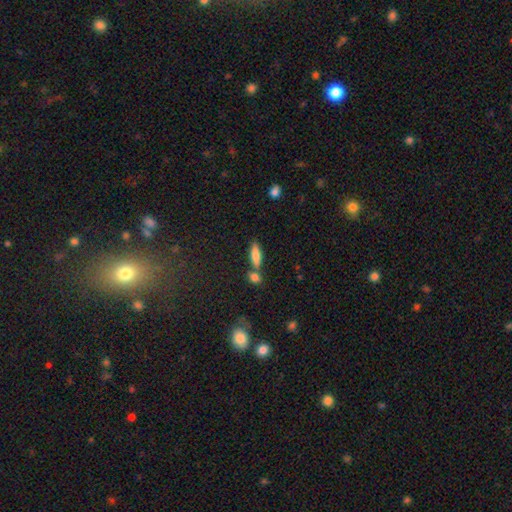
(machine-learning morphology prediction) type=smooth (77%); roundness=cigar-shaped (52%); merging=none (60%).